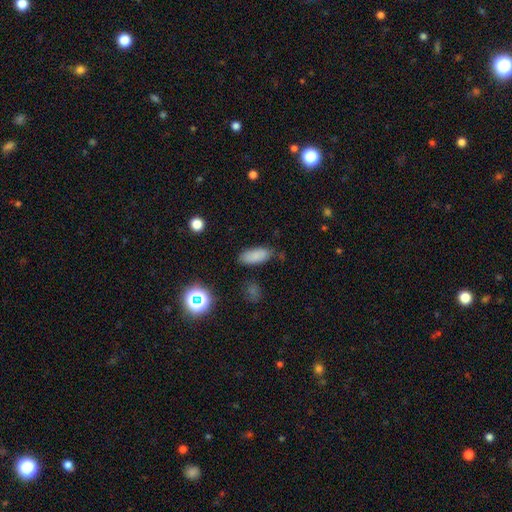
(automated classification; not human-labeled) smooth_or_featured: smooth (p=0.82) [alt: star or artifact p=0.11]
how_rounded: in between (p=0.83) [alt: cigar-shaped p=0.14]
merging: none (p=0.77) [alt: minor disturbance p=0.16]